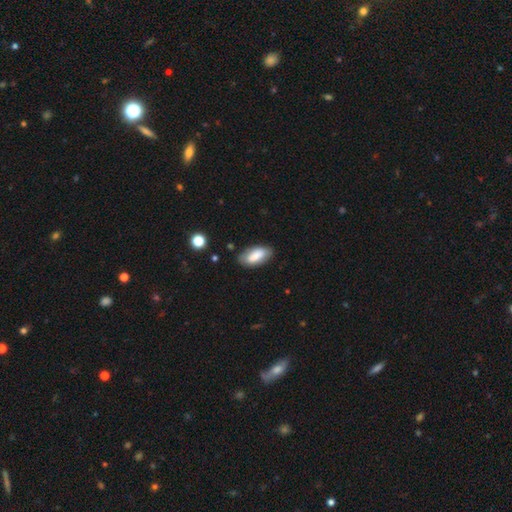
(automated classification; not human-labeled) Overall: smooth (77%). How rounded: in between (90%). Merging: none (78%).